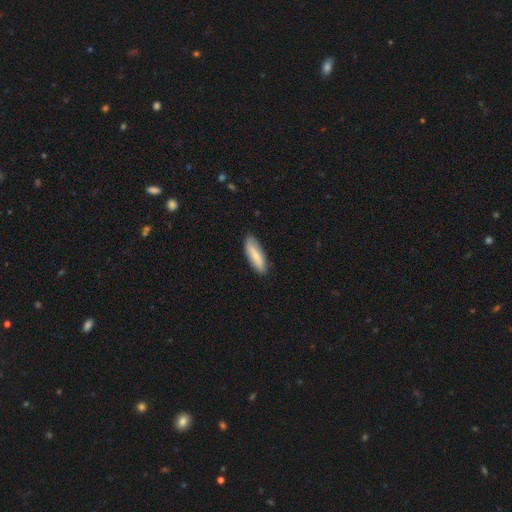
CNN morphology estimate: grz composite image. It shows a smooth galaxy with no disk features (71%) that is in between round and cigar-shaped (50%). Merging: none (85%).